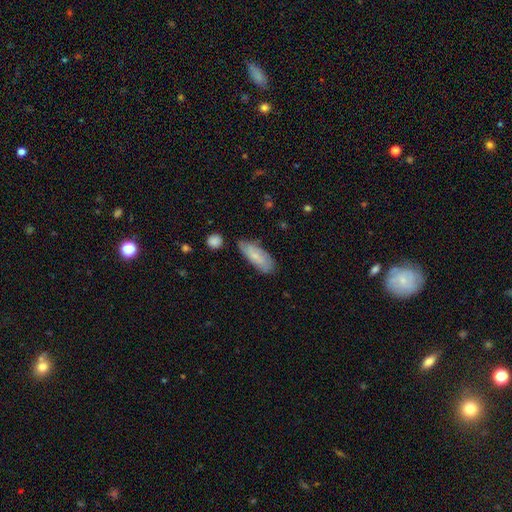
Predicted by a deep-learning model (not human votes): Smooth or featured? smooth (64%)
How rounded? in between (68%)
Merging? none (70%)